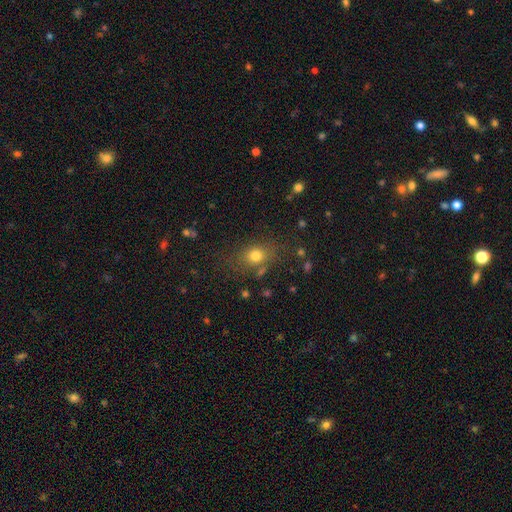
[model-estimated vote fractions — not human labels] A smooth galaxy with no disk features (76%) that is in between round and cigar-shaped (52%).

Vote fractions:
- Smooth or featured? smooth: 76% / star or artifact: 14% / featured or disk: 10%
- How rounded? in between: 52% / round: 46% / cigar-shaped: 2%
- Merging? none: 72% / minor disturbance: 16% / major disturbance: 7% / merger: 5%